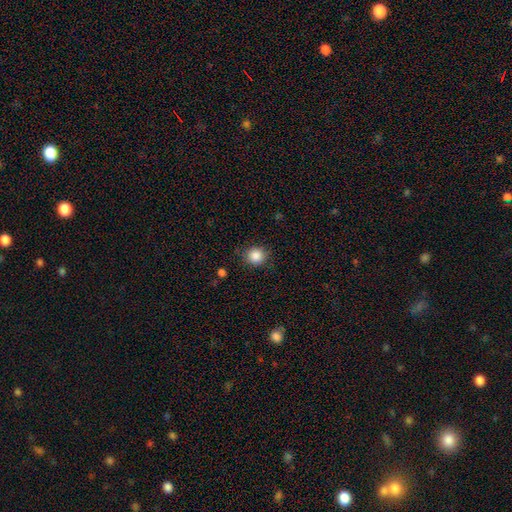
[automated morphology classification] Smooth or featured? smooth (87%)
How rounded? round (87%)
Merging? none (85%)